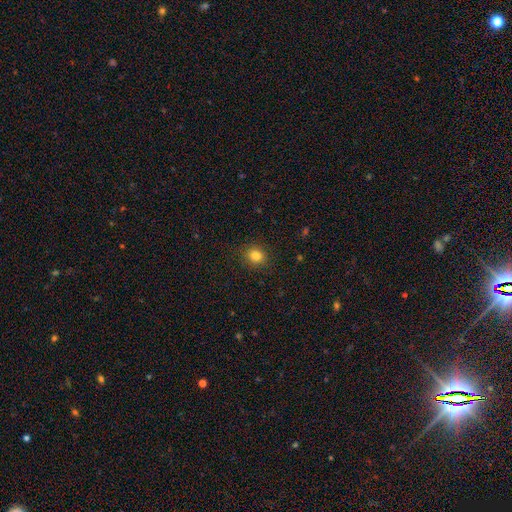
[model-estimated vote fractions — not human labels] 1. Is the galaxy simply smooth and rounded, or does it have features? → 84% smooth, 11% star or artifact, 5% featured or disk.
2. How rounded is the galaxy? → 68% round, 31% in between, 1% cigar-shaped.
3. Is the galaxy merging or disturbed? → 87% none, 9% minor disturbance, 3% major disturbance, 1% merger.